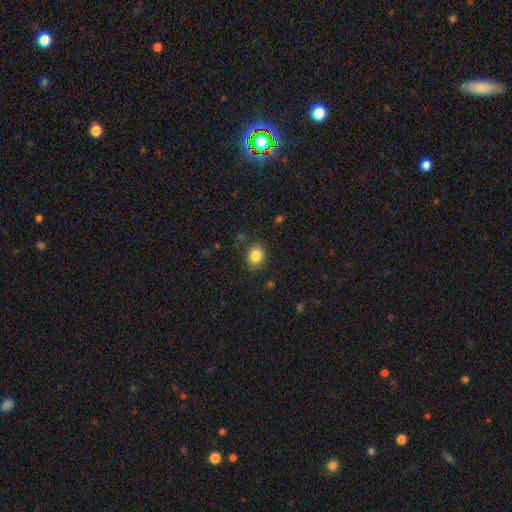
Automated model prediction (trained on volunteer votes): Q: Smooth or featured?
A: smooth (85%); runner-up: star or artifact (9%)
Q: How rounded?
A: in between (53%); runner-up: round (46%)
Q: Merging?
A: none (85%); runner-up: minor disturbance (11%)